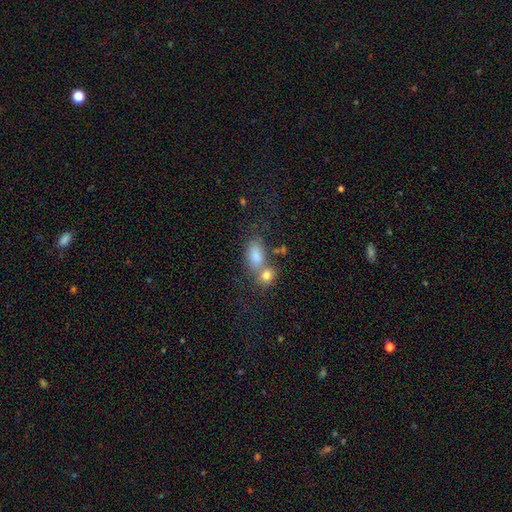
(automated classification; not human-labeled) Smooth or featured?
  - smooth: 82% *
  - featured or disk: 9%
  - star or artifact: 9%
How rounded?
  - in between: 85% *
  - round: 11%
  - cigar-shaped: 4%
Merging?
  - merger: 47% *
  - none: 35%
  - minor disturbance: 12%
  - major disturbance: 6%